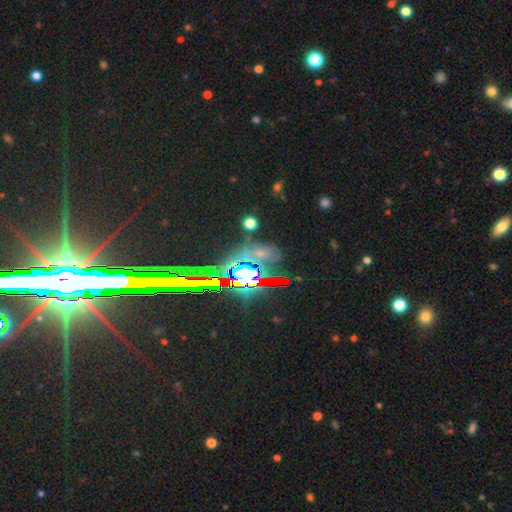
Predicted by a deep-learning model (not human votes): A star or artifact, not a galaxy (75%).

Vote fractions:
- Smooth or featured? star or artifact: 75% / smooth: 13% / featured or disk: 12%